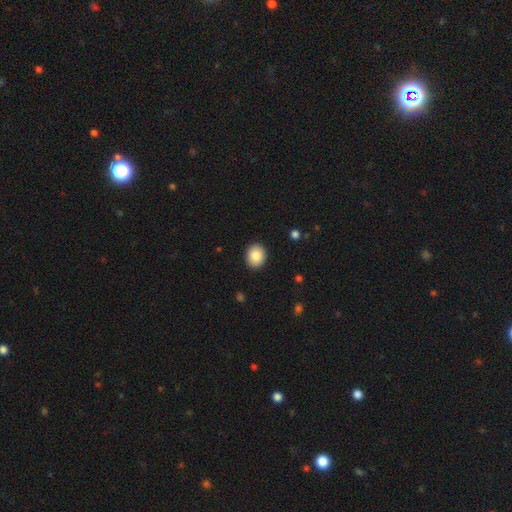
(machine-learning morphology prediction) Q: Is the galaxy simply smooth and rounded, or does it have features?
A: smooth — 86%.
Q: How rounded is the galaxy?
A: round — 65%.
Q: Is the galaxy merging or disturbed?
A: none — 91%.